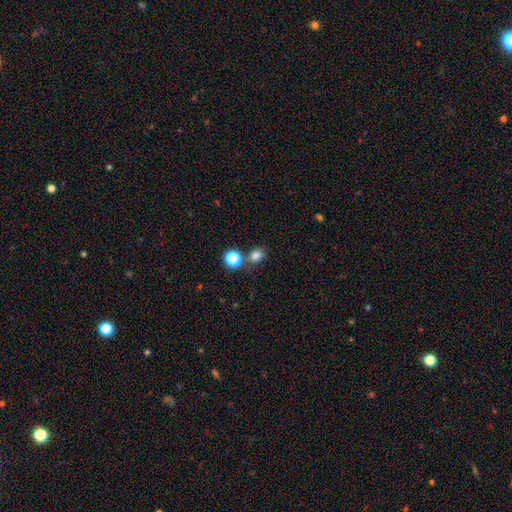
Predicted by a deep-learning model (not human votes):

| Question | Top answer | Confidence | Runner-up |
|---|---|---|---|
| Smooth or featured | smooth | 79% | star or artifact (15%) |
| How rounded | round | 58% | in between (41%) |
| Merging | none | 68% | merger (17%) |